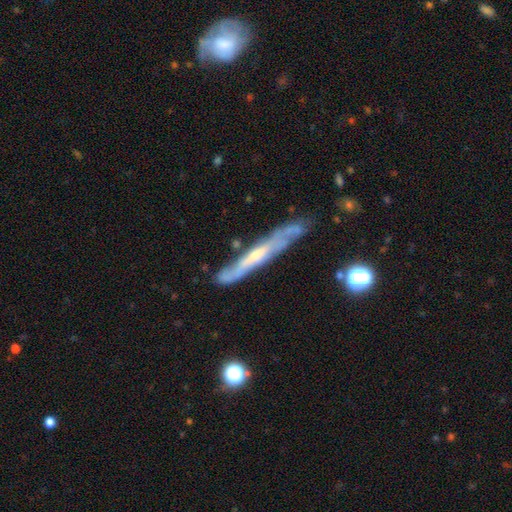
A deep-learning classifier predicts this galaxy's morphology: A featured or disk galaxy (73%) viewed edge-on (75%) with no central bulge (49%). Merging: none (70%).